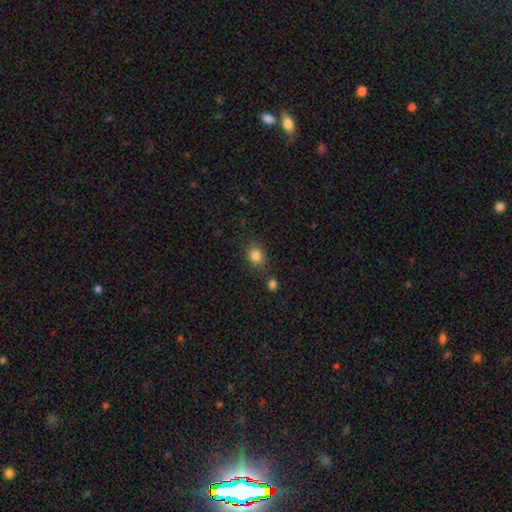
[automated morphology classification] The model was most divided on "how rounded": round: 61%, in between: 38%, cigar-shaped: 1%. More confident: smooth or featured — smooth (83%); merging — none (76%).